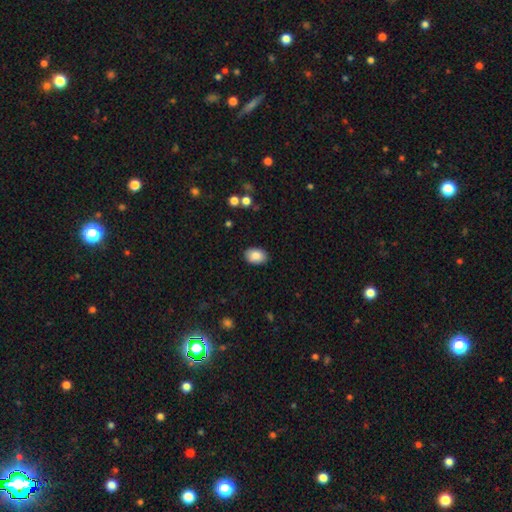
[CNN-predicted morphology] smooth-or-featured: smooth: 86% | star or artifact: 7% | featured or disk: 7%
  how-rounded: in between: 84% | round: 15% | cigar-shaped: 1%
  merging: none: 88% | minor disturbance: 9% | major disturbance: 2% | merger: 1%